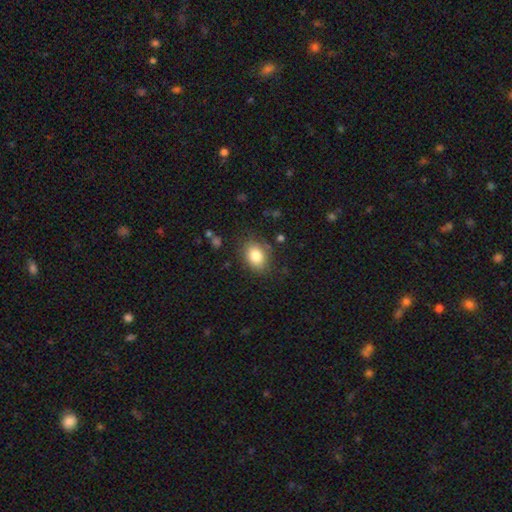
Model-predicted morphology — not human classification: Smooth or featured? smooth (83%)
How rounded? in between (70%)
Merging? none (81%)